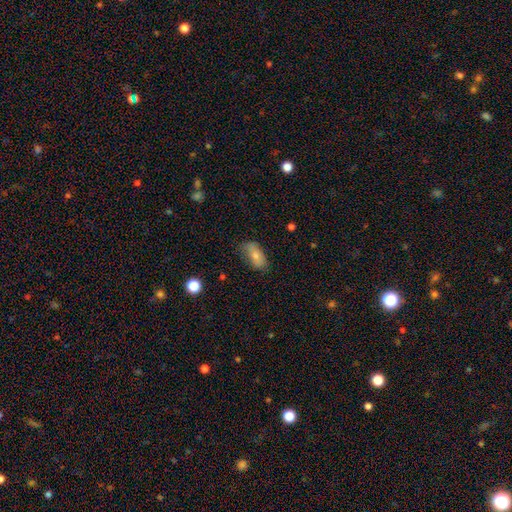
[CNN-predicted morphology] Smooth or featured? smooth (74%)
How rounded? in between (90%)
Merging? none (62%)